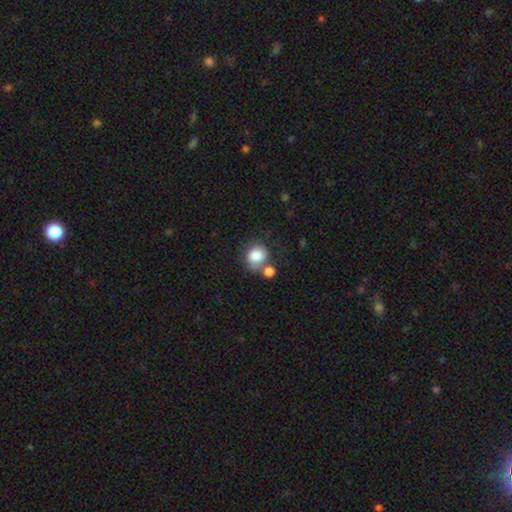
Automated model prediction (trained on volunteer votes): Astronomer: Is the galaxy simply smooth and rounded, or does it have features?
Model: smooth — 83%.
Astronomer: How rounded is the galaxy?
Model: round — 81%.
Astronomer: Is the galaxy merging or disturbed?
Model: none — 51% (runner-up: merger, 28%).